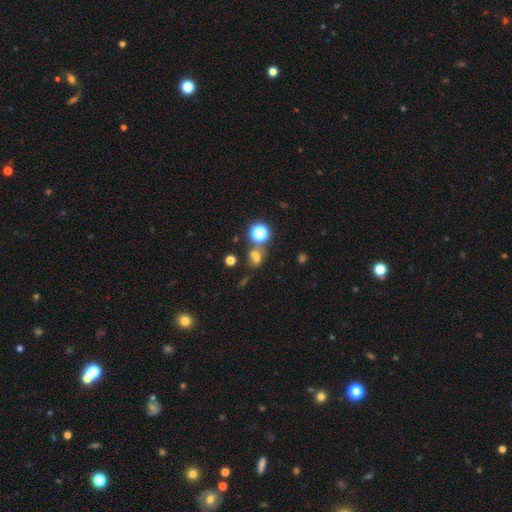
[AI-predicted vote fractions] The model was most divided on "how rounded": in between: 49%, round: 48%, cigar-shaped: 3%. More confident: smooth or featured — smooth (56%); merging — none (54%).